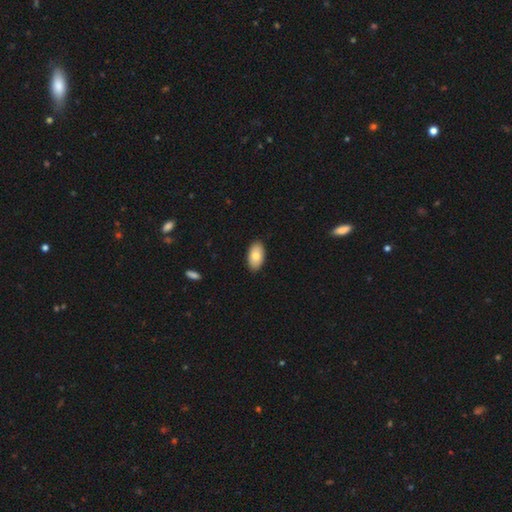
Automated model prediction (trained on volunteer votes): Smooth or featured? smooth (80%)
How rounded? in between (95%)
Merging? none (90%)